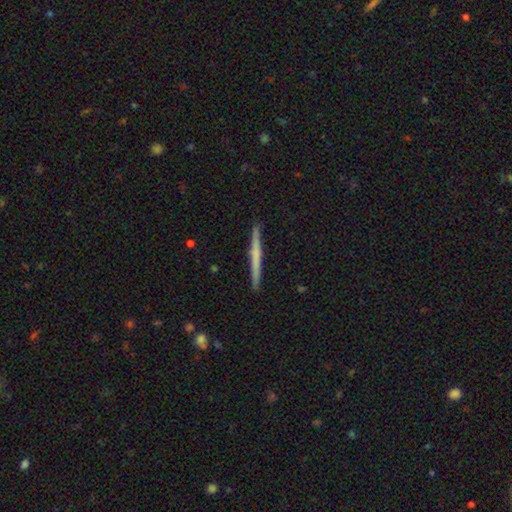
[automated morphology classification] Smooth or featured? featured or disk (48%)
Merging? none (92%)